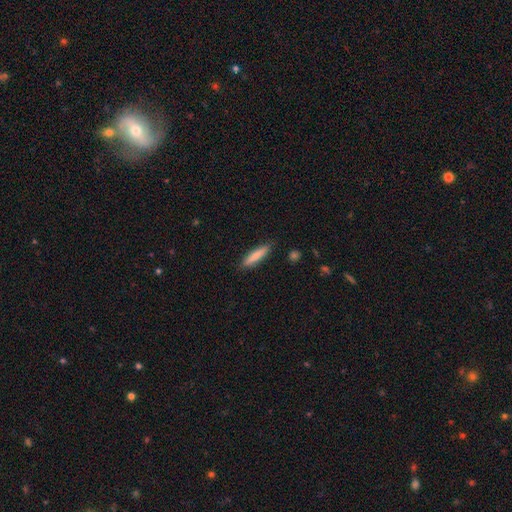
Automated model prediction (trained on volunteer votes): Smooth or featured? Predicted: smooth (p=0.78). How rounded? Predicted: cigar-shaped (p=0.86). Merging? Predicted: none (p=0.89).